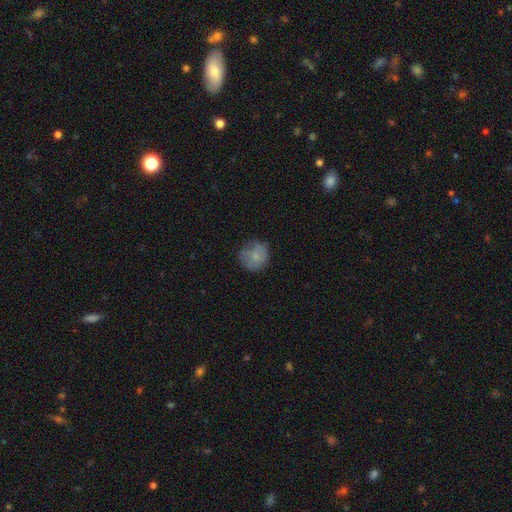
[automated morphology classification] A smooth galaxy with no disk features (72%) that is round (84%). Merging: none (64%).